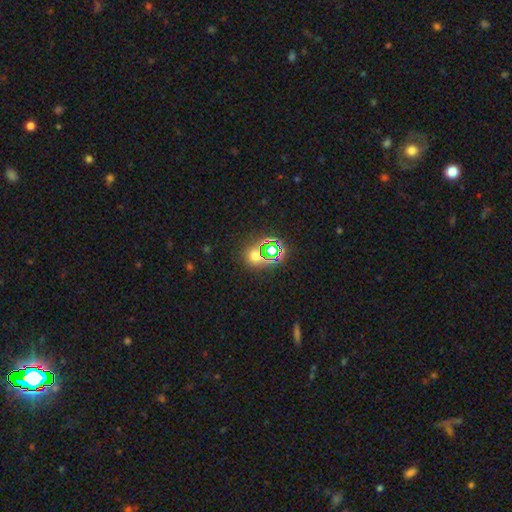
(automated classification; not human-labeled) The model was most divided on "smooth or featured": star or artifact: 52%, smooth: 40%, featured or disk: 8%.